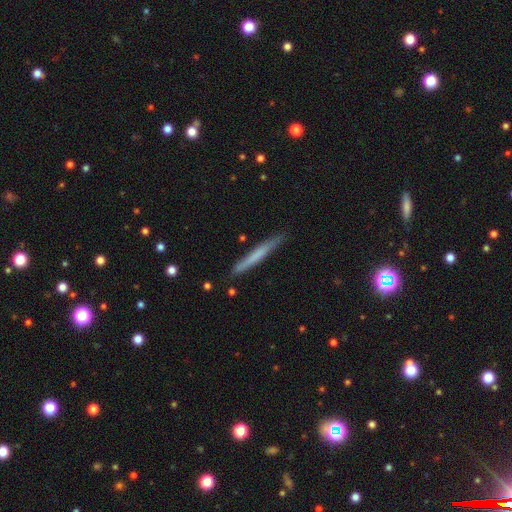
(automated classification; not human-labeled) Overall: smooth (61%; featured or disk 34%). How rounded: cigar-shaped (97%). Merging: none (87%).